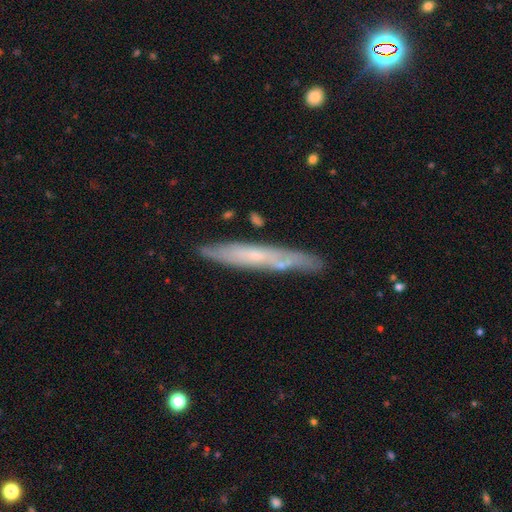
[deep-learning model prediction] This is possibly a featured or disk galaxy (56%). It is likely viewed edge-on (76%). Merging: clearly none (81%).